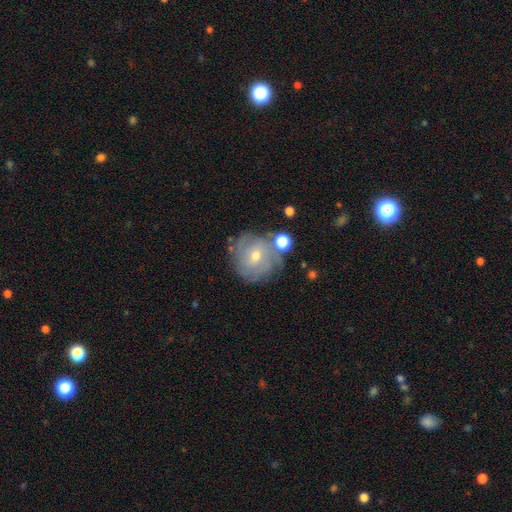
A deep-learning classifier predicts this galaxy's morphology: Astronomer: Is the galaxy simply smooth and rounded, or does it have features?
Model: featured or disk — 59%.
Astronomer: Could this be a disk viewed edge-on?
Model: no — 96%.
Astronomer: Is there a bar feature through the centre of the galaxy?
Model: no — 66%.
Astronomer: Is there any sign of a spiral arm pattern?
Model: yes — 77%.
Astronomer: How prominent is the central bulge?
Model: small — 56% (runner-up: moderate, 41%).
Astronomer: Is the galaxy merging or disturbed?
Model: none — 67%.